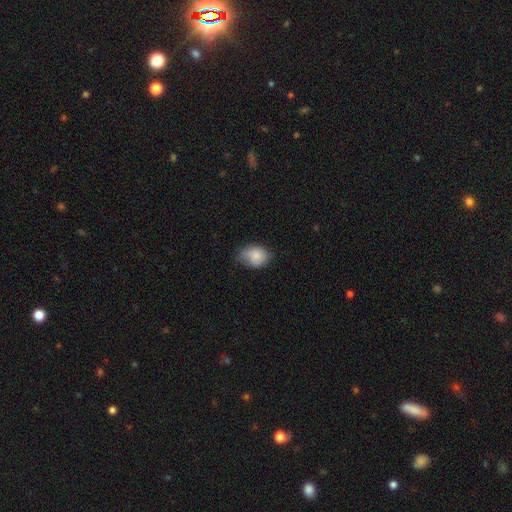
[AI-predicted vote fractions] Smooth or featured?
  - smooth: 80% *
  - featured or disk: 12%
  - star or artifact: 8%
How rounded?
  - in between: 66% *
  - round: 33%
  - cigar-shaped: 1%
Merging?
  - none: 49% *
  - minor disturbance: 38%
  - major disturbance: 11%
  - merger: 2%